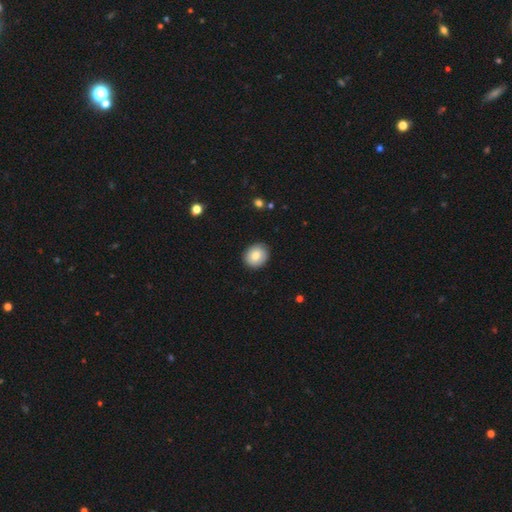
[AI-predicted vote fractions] Smooth or featured?
  - smooth: 80% *
  - featured or disk: 12%
  - star or artifact: 8%
How rounded?
  - round: 75% *
  - in between: 24%
  - cigar-shaped: 1%
Merging?
  - none: 89% *
  - minor disturbance: 8%
  - major disturbance: 2%
  - merger: 1%